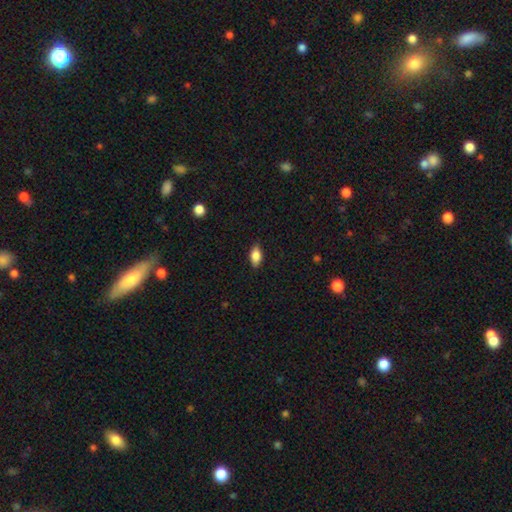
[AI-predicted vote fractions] smooth_or_featured: smooth (p=0.83) [alt: featured or disk p=0.10]
how_rounded: in between (p=0.88) [alt: cigar-shaped p=0.07]
merging: none (p=0.83) [alt: minor disturbance p=0.14]